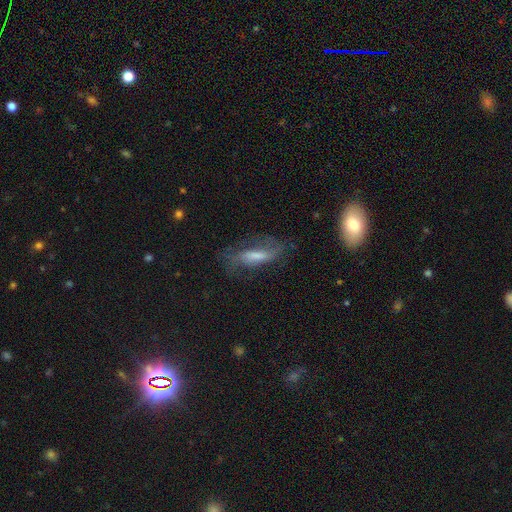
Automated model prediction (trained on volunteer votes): Overall: featured or disk (50%; smooth 38%). Edge-on disk: no (77%). Merging: none (58%; minor disturbance 23%).